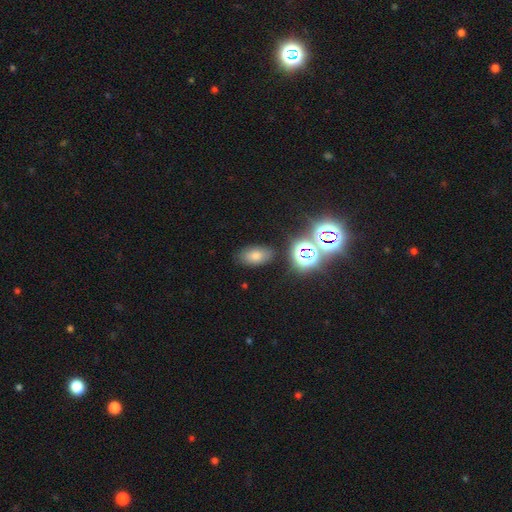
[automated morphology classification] Smooth or featured? Predicted: smooth (p=0.60). How rounded? Predicted: in between (p=0.85). Merging? Predicted: none (p=0.83).